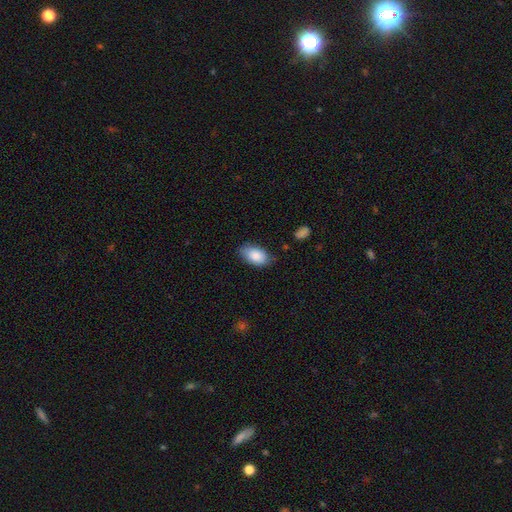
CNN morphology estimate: This is clearly a smooth galaxy (86%). How rounded: clearly in between (93%). Merging: likely none (75%).